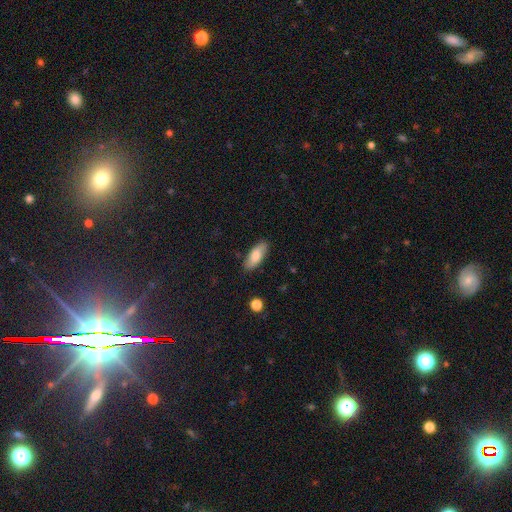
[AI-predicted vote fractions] A smooth galaxy with no disk features (80%) that is in between round and cigar-shaped (77%).

Vote fractions:
- Smooth or featured? smooth: 80% / featured or disk: 14% / star or artifact: 7%
- How rounded? in between: 77% / cigar-shaped: 21% / round: 2%
- Merging? none: 86% / minor disturbance: 11% / major disturbance: 2% / merger: 1%